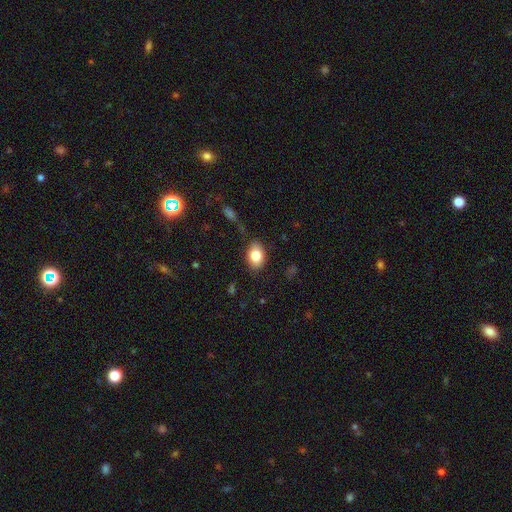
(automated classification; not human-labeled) The model was most divided on "how rounded": in between: 81%, round: 18%, cigar-shaped: 1%. More confident: merging — none (82%); smooth or featured — smooth (81%).